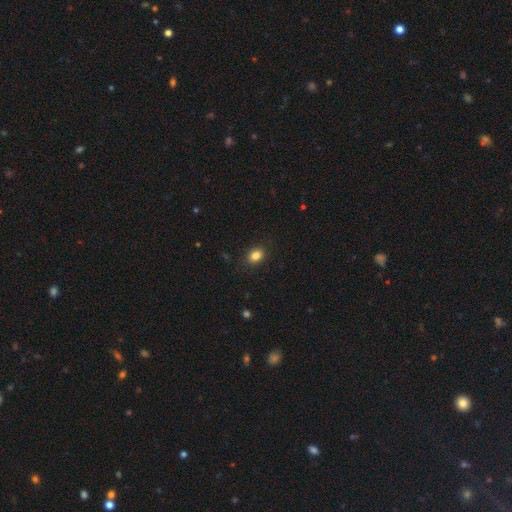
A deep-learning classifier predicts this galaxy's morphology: Smooth or featured?
  - smooth: 84% *
  - star or artifact: 10%
  - featured or disk: 6%
How rounded?
  - in between: 60% *
  - round: 39%
  - cigar-shaped: 1%
Merging?
  - none: 88% *
  - minor disturbance: 9%
  - major disturbance: 2%
  - merger: 1%